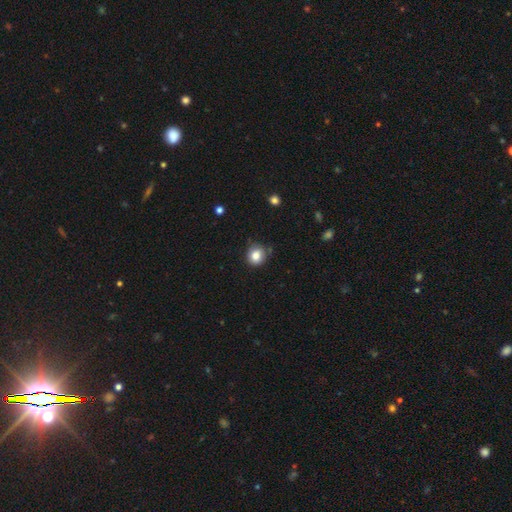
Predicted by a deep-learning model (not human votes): The model was most divided on "merging": none: 75%, minor disturbance: 18%, major disturbance: 4%, merger: 3%. More confident: how rounded — round (85%); smooth or featured — smooth (83%).